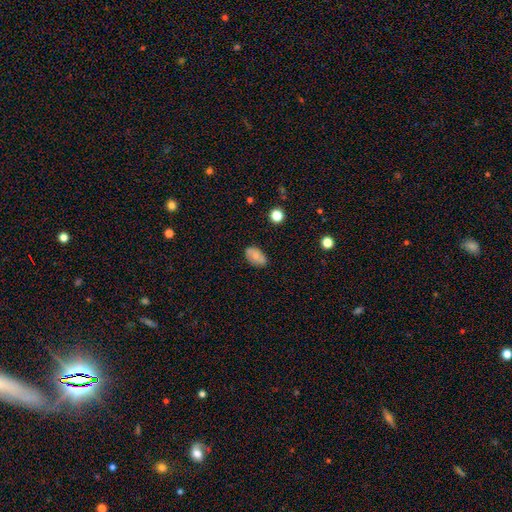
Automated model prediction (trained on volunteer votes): smooth 70%, featured or disk 22%, star or artifact 8%. Down the decision tree: how rounded — in between (90%); merging — none (81%).